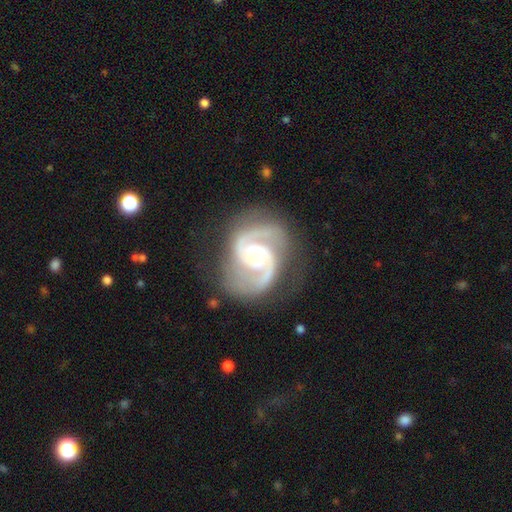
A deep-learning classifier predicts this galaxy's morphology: type=featured or disk (93%); edge-on=no (98%); bar=no (57%); spiral arms=yes (99%); winding=medium (58%); arm count=2 (89%); bulge=moderate (57%); merging=none (77%).